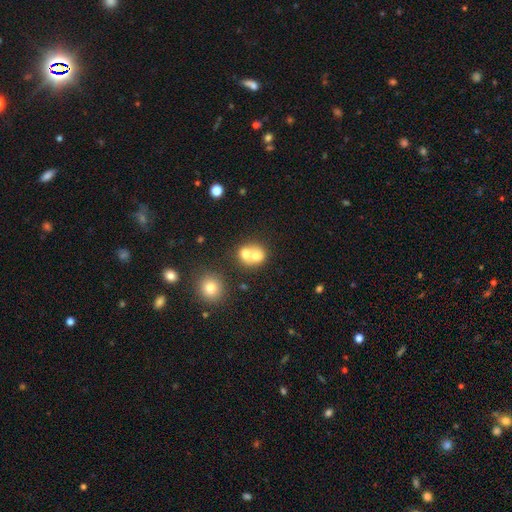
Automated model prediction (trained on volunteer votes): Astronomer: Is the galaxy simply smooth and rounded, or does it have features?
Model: smooth — 67%.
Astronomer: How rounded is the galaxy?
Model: round — 72%.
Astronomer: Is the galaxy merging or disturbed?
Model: merger — 63%.